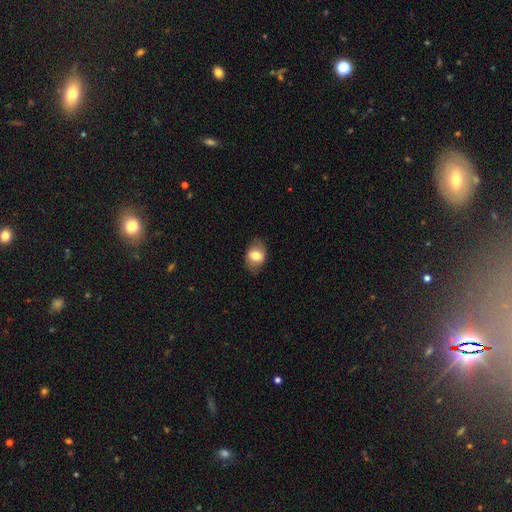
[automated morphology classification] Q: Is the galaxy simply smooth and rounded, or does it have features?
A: smooth — 69%.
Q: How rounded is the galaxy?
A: in between — 72%.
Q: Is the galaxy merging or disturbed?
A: none — 79%.